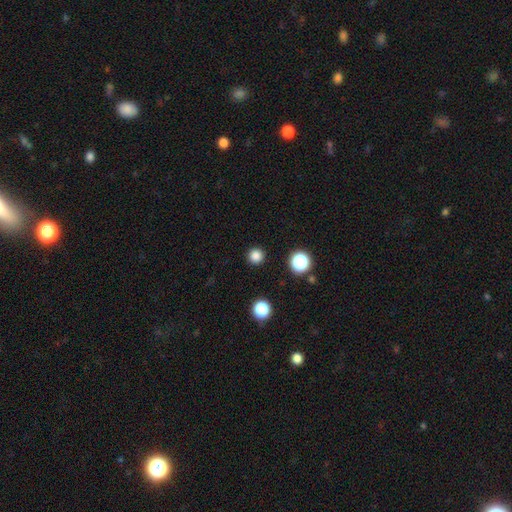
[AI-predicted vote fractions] Smooth or featured: smooth — 83% (star or artifact — 13%)
How rounded: round — 96% (in between — 3%)
Merging: none — 93% (minor disturbance — 4%)